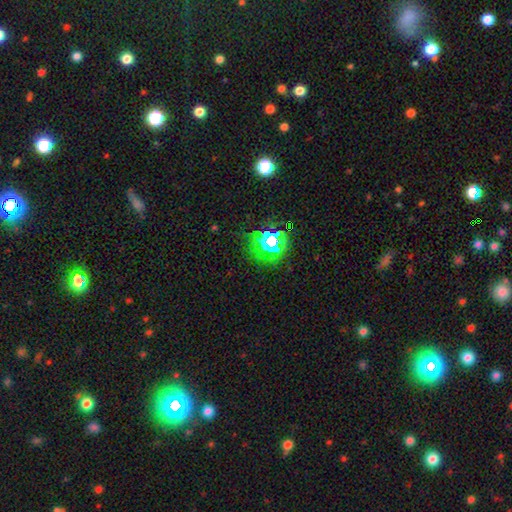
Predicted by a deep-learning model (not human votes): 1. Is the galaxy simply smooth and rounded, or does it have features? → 71% star or artifact, 21% smooth, 8% featured or disk.